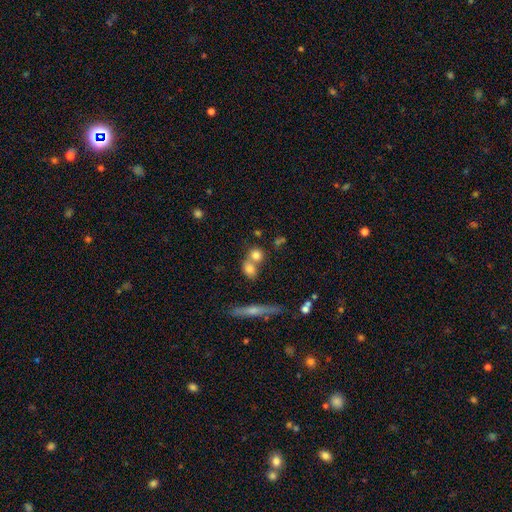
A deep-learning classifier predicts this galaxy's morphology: This appears to be a smooth galaxy with no disk features (74%) that is round (80%). Merging: none (45%).